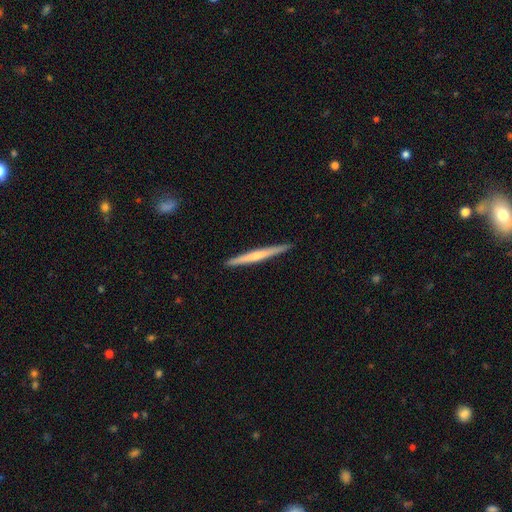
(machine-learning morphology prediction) Smooth or featured? Predicted: featured or disk (p=0.52). Edge-on disk? Predicted: yes (p=0.97). Edge-on bulge? Predicted: none (p=0.48). Merging? Predicted: none (p=0.92).